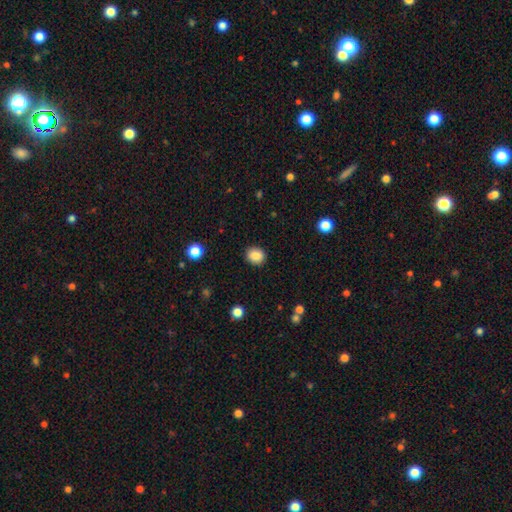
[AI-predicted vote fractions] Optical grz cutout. It shows a smooth galaxy with no disk features (87%) that is round (69%). Merging: none (90%).